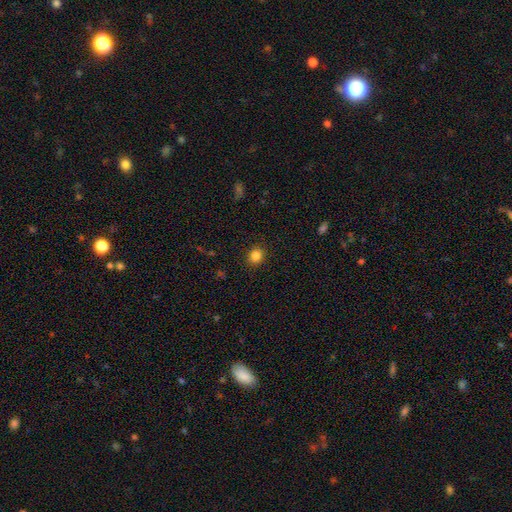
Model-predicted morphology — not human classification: A smooth galaxy with no disk features (84%) that is round (72%). Merging: none (90%).